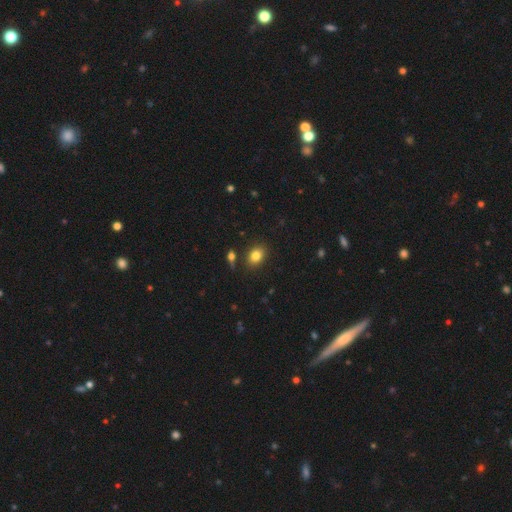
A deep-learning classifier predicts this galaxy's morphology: The model was most divided on "how rounded": in between: 68%, round: 31%, cigar-shaped: 1%. More confident: merging — none (84%); smooth or featured — smooth (82%).